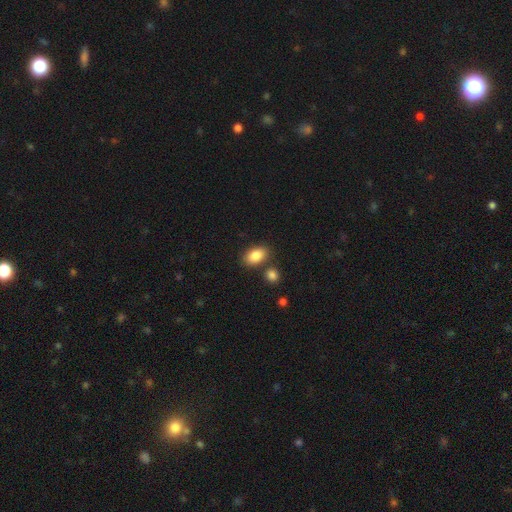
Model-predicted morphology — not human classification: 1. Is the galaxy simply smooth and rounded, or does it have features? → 85% smooth, 8% star or artifact, 7% featured or disk.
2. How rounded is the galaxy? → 89% in between, 10% round, 2% cigar-shaped.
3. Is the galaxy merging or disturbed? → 76% none, 11% merger, 10% minor disturbance, 3% major disturbance.